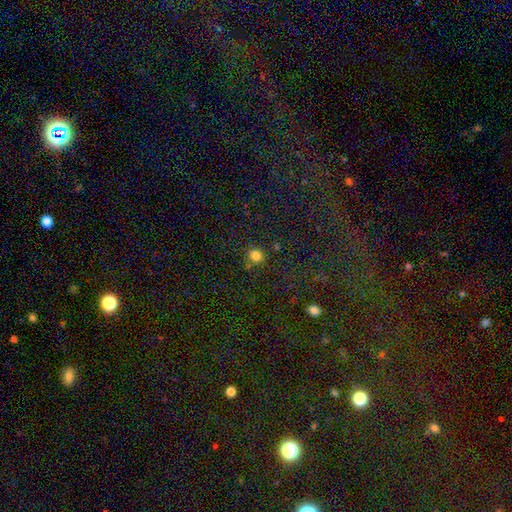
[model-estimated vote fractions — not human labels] A smooth galaxy with no disk features (81%) that is round (86%). Merging: none (83%).